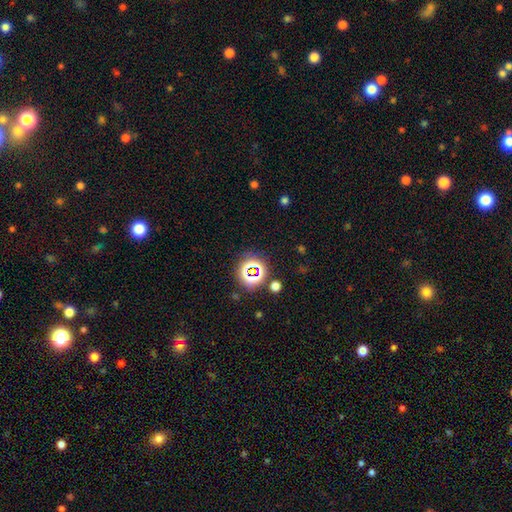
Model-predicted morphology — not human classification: A star or artifact, not a galaxy (76%).

Vote fractions:
- Smooth or featured? star or artifact: 76% / smooth: 15% / featured or disk: 9%